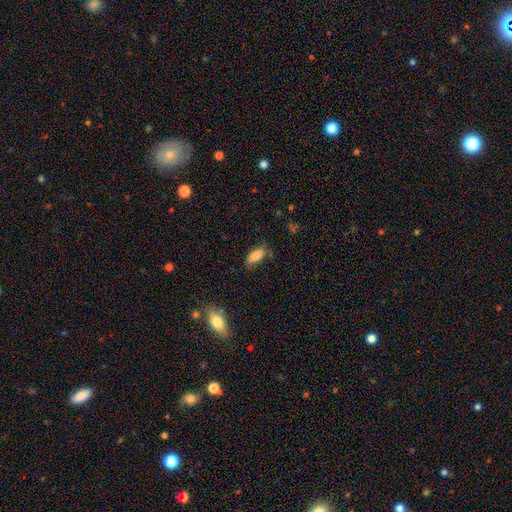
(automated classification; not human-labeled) The model was most divided on "merging": none: 69%, minor disturbance: 22%, major disturbance: 6%, merger: 3%. More confident: how rounded — in between (86%); smooth or featured — smooth (84%).